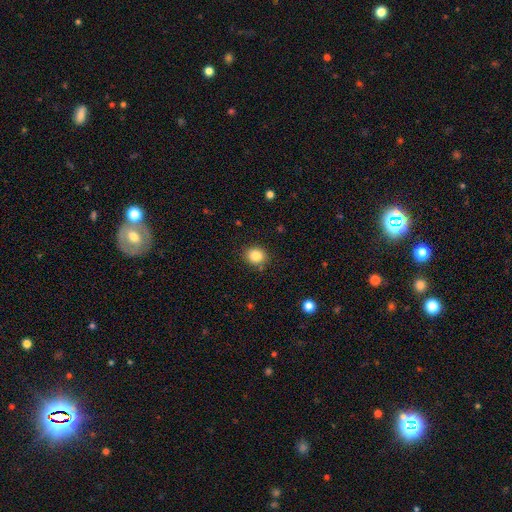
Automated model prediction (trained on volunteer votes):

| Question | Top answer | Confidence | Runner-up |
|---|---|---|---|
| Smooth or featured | smooth | 84% | star or artifact (10%) |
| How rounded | round | 71% | in between (28%) |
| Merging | none | 87% | minor disturbance (9%) |